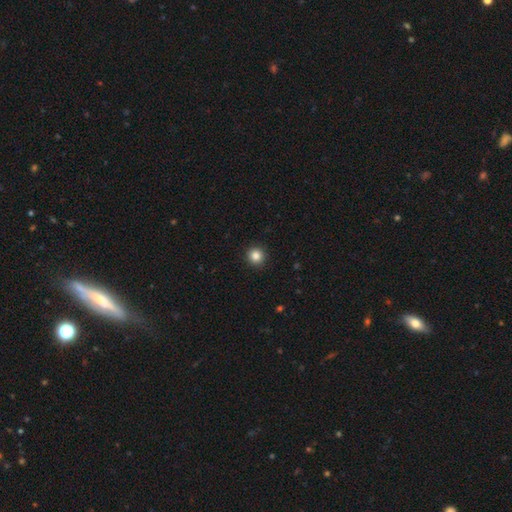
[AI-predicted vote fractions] smooth_or_featured: smooth (p=0.85) [alt: star or artifact p=0.11]
how_rounded: round (p=0.95) [alt: in between p=0.04]
merging: none (p=0.93) [alt: minor disturbance p=0.04]